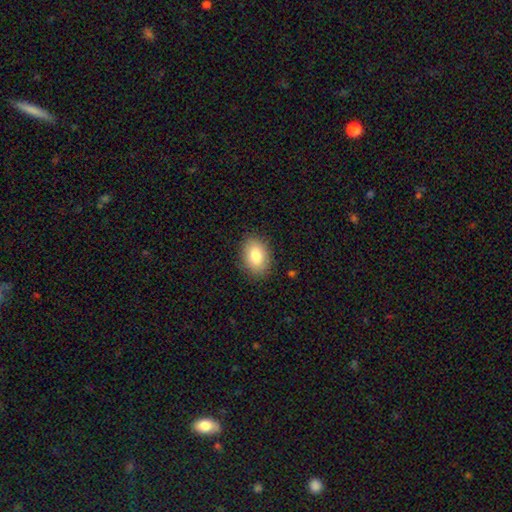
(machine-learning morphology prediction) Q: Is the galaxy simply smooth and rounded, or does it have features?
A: smooth — 83%.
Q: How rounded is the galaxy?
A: in between — 82%.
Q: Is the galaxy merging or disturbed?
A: none — 87%.